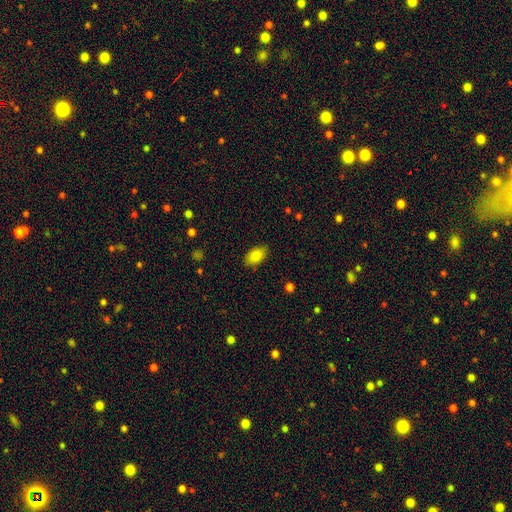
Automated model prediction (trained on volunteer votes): smooth_or_featured: smooth (p=0.85) [alt: star or artifact p=0.08]
how_rounded: in between (p=0.91) [alt: round p=0.07]
merging: none (p=0.86) [alt: minor disturbance p=0.11]